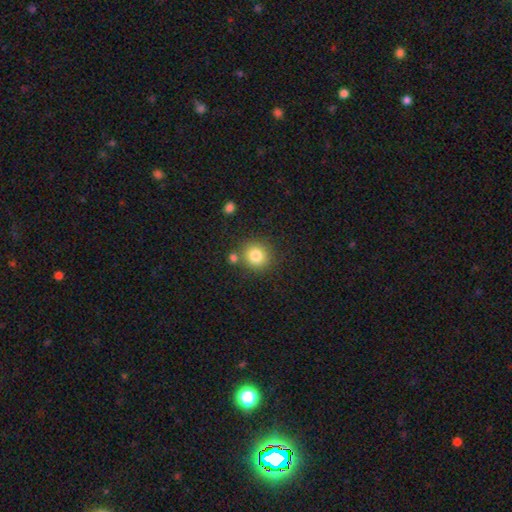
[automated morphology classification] Overall: smooth (81%). How rounded: round (90%). Merging: none (77%).